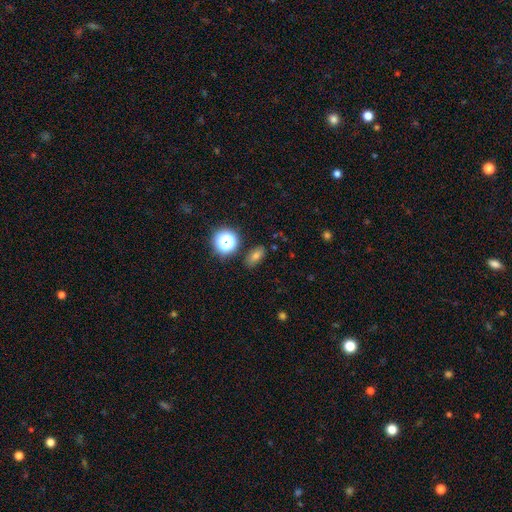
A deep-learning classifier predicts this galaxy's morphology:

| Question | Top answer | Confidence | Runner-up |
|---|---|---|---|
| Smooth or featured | smooth | 61% | star or artifact (27%) |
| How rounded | in between | 73% | round (22%) |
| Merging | none | 84% | minor disturbance (10%) |